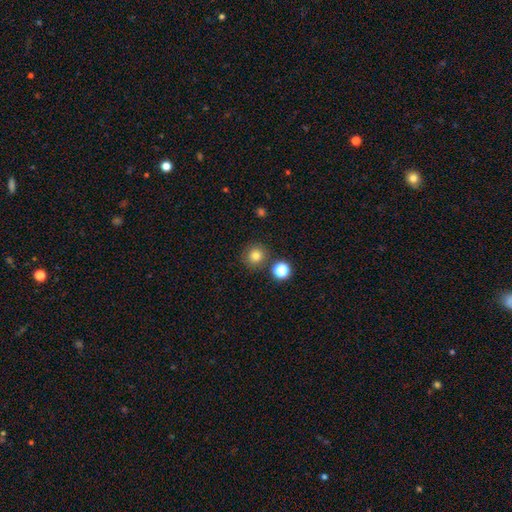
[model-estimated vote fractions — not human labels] Smooth or featured? smooth (79%)
How rounded? round (93%)
Merging? none (83%)